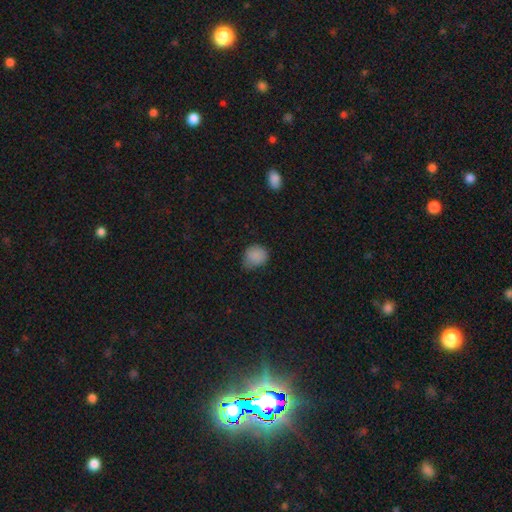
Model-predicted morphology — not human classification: smooth 85%, star or artifact 11%, featured or disk 4%. Down the decision tree: how rounded — round (74%); merging — none (57%).